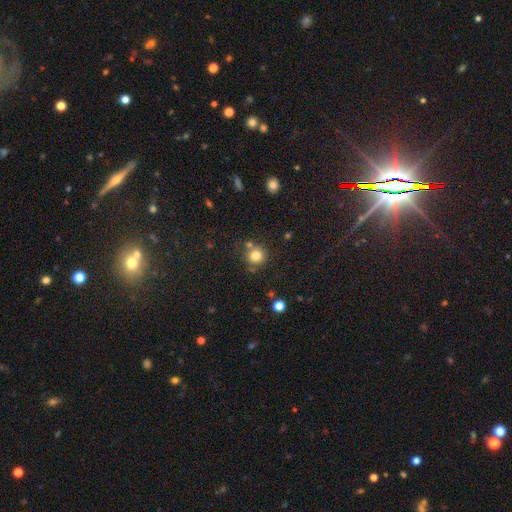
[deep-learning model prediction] smooth_or_featured: smooth (p=0.80) [alt: star or artifact p=0.13]
how_rounded: round (p=0.92) [alt: in between p=0.07]
merging: none (p=0.73) [alt: merger p=0.13]